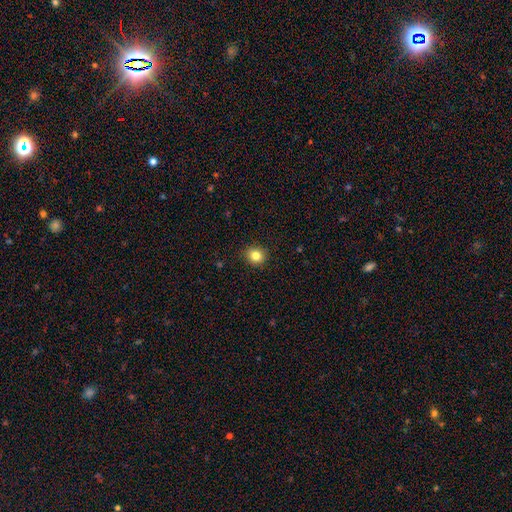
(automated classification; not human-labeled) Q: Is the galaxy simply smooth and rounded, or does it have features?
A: smooth — 83%.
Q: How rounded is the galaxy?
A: round — 83%.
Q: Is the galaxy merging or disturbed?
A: none — 91%.